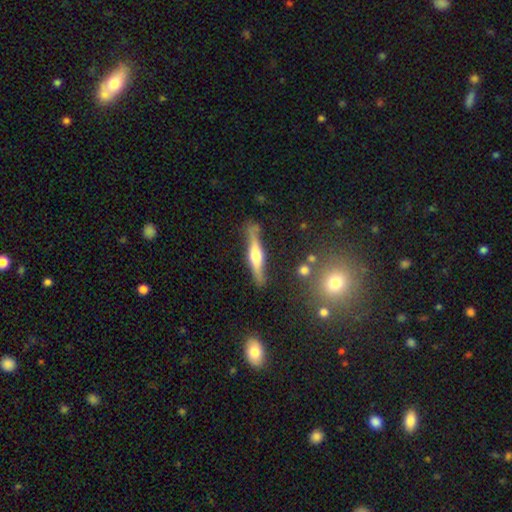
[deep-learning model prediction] The model was most divided on "smooth or featured": featured or disk: 65%, smooth: 29%, star or artifact: 5%. More confident: edge-on disk — yes (95%); edge-on bulge — rounded (85%); merging — none (80%).